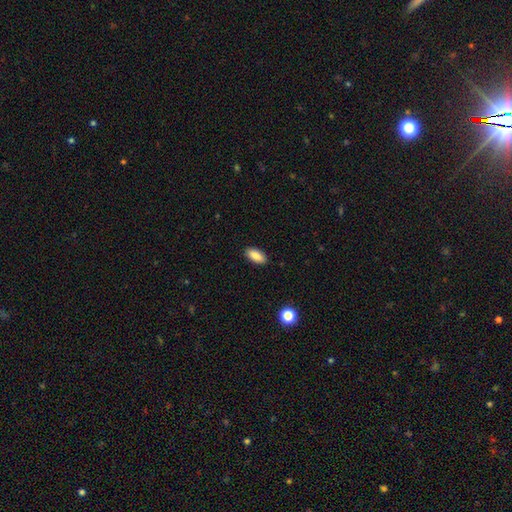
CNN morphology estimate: type=smooth (88%); roundness=in between (88%); merging=none (89%).